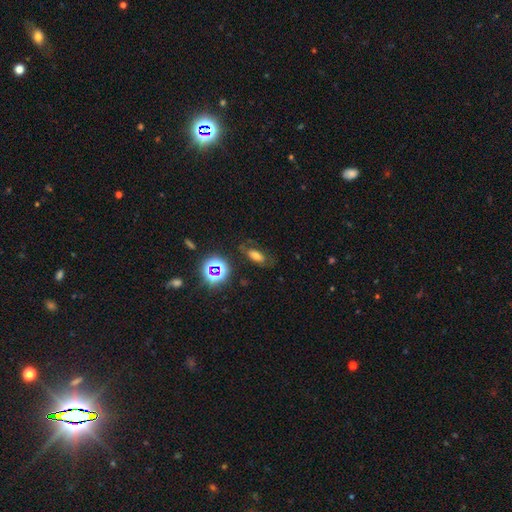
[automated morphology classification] This is possibly a smooth galaxy (56%). How rounded: likely in between (80%). Merging: likely none (69%).